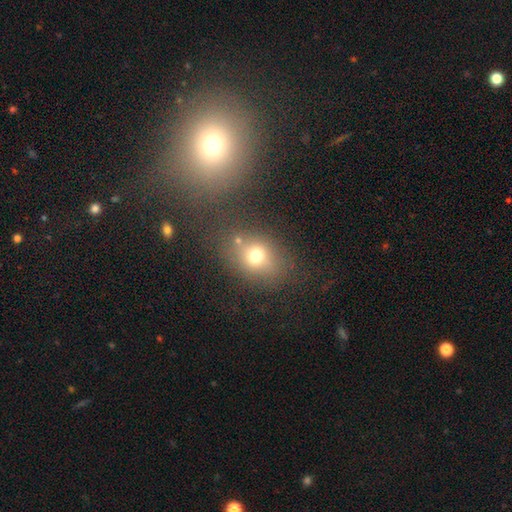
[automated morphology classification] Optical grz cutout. It shows a smooth galaxy with no disk features (70%) that is round (50%). Merging: none (63%).